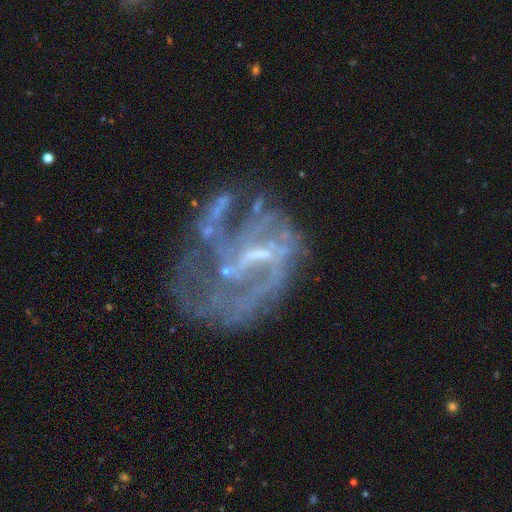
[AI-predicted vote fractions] featured or disk 79%, star or artifact 12%, smooth 9%. Down the decision tree: edge-on disk — no (97%); bar — weak (47%); spiral arms — yes (62%); bulge size — small (40%); merging — major disturbance (38%).